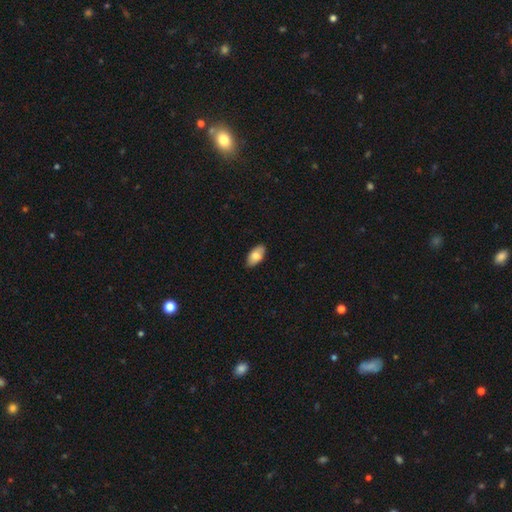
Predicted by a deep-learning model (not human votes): smooth-or-featured: smooth: 79% | featured or disk: 15% | star or artifact: 6%
  how-rounded: in between: 94% | cigar-shaped: 4% | round: 2%
  merging: none: 87% | minor disturbance: 10% | major disturbance: 2% | merger: 1%